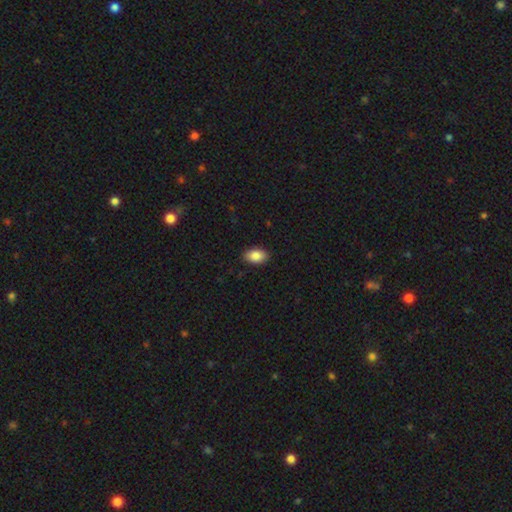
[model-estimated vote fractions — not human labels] The model was most divided on "smooth or featured": smooth: 87%, star or artifact: 7%, featured or disk: 5%. More confident: how rounded — in between (91%); merging — none (90%).